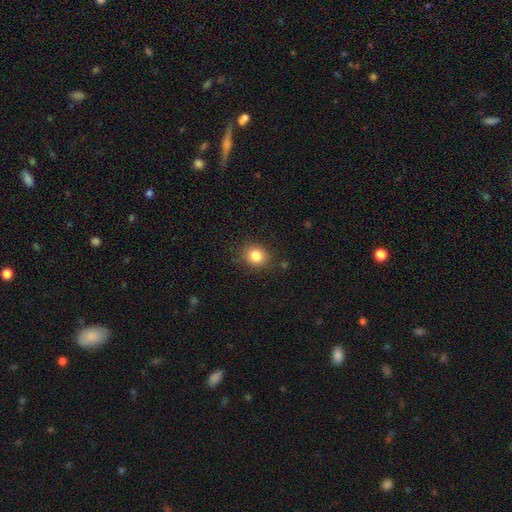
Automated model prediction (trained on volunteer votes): Morphology: type=smooth (83%); roundness=round (78%); merging=none (84%).